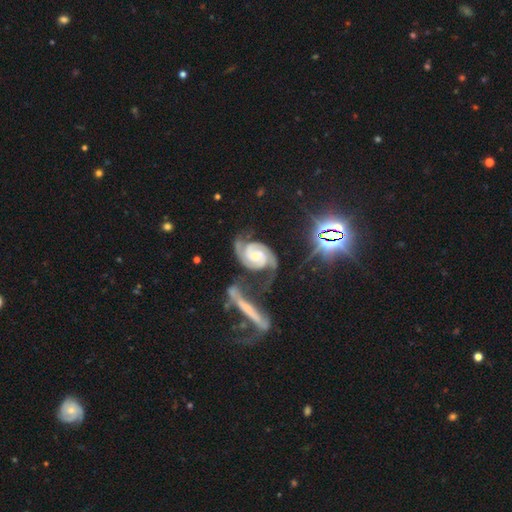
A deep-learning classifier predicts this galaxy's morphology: The model was most divided on "spiral winding": tight: 51%, medium: 41%, loose: 8%. Remaining: spiral arms — yes (98%); edge-on disk — no (97%); smooth or featured — featured or disk (90%); spiral arm count — 2 (81%); bulge size — small (52%); bar — no (51%); merging — none (47%).